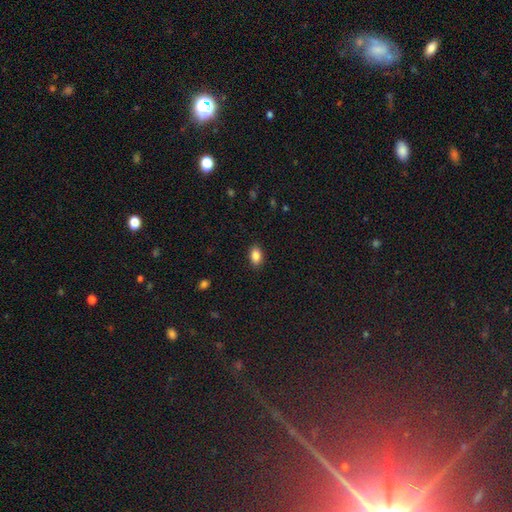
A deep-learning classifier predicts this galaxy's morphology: smooth 86%, star or artifact 9%, featured or disk 5%. Down the decision tree: how rounded — in between (87%); merging — none (88%).